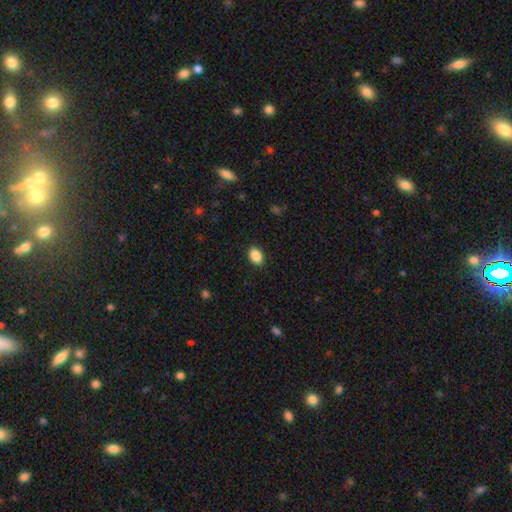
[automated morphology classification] Smooth or featured? Predicted: smooth (p=0.88). How rounded? Predicted: in between (p=0.80). Merging? Predicted: none (p=0.89).